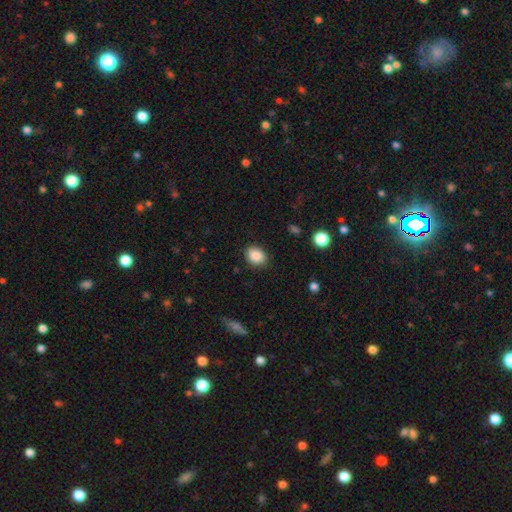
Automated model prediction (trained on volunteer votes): Smooth or featured?
  - smooth: 87% *
  - star or artifact: 9%
  - featured or disk: 4%
How rounded?
  - in between: 54% *
  - round: 45%
  - cigar-shaped: 1%
Merging?
  - none: 86% *
  - minor disturbance: 10%
  - major disturbance: 3%
  - merger: 1%